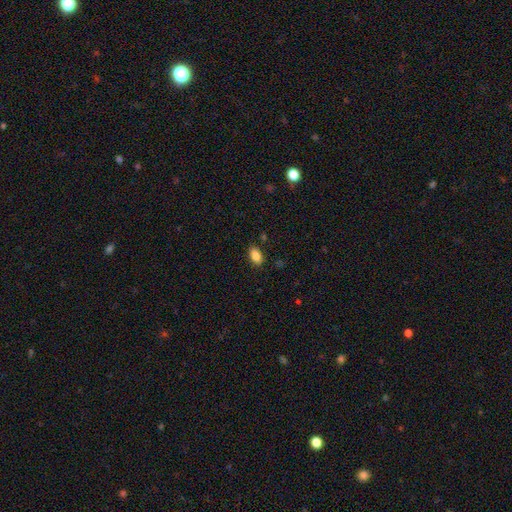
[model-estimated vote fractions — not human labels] Morphology: type=smooth (87%); roundness=in between (91%); merging=none (86%).